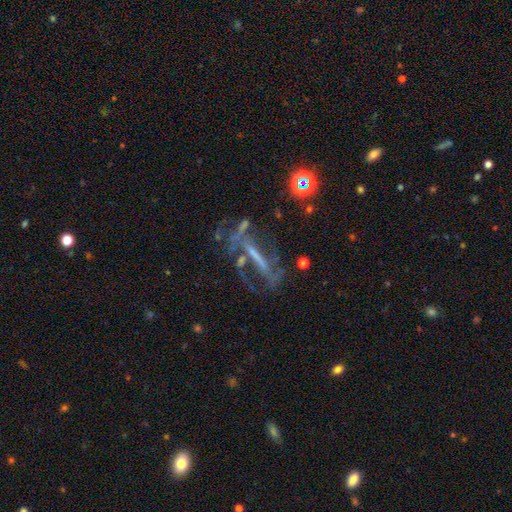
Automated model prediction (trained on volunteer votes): smooth_or_featured: featured or disk (p=0.68) [alt: star or artifact p=0.19]
disk_edge_on: no (p=0.72) [alt: yes p=0.28]
merging: none (p=0.43) [alt: major disturbance p=0.32]